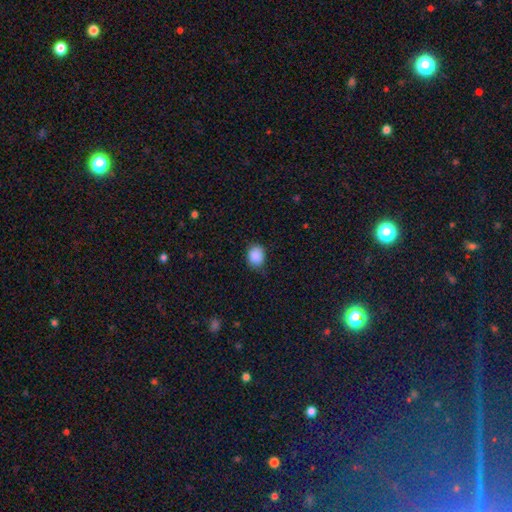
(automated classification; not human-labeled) smooth-or-featured: smooth: 89% | star or artifact: 8% | featured or disk: 3%
  how-rounded: round: 53% | in between: 47% | cigar-shaped: 1%
  merging: none: 77% | minor disturbance: 19% | major disturbance: 4% | merger: 1%